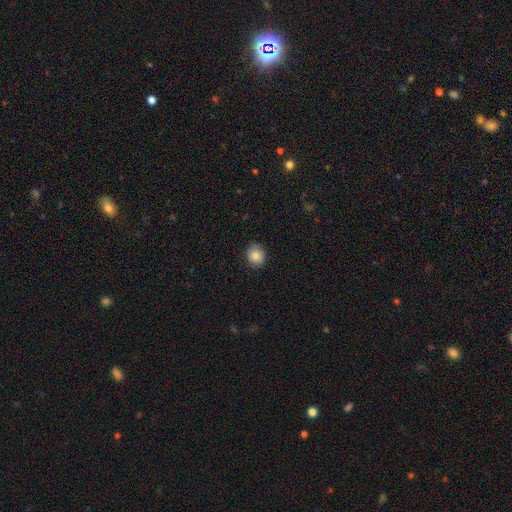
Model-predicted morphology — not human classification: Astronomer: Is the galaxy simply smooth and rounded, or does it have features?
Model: smooth — 83%.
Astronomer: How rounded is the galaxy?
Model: round — 74%.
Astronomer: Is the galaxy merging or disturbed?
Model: none — 83%.